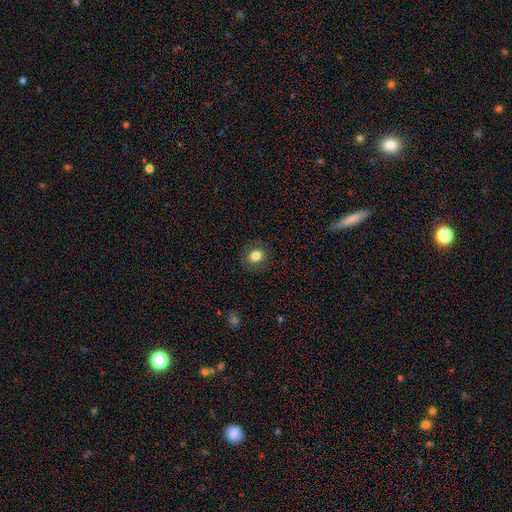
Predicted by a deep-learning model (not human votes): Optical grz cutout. It shows a smooth galaxy with no disk features (79%) that is round (80%). Merging: none (87%).